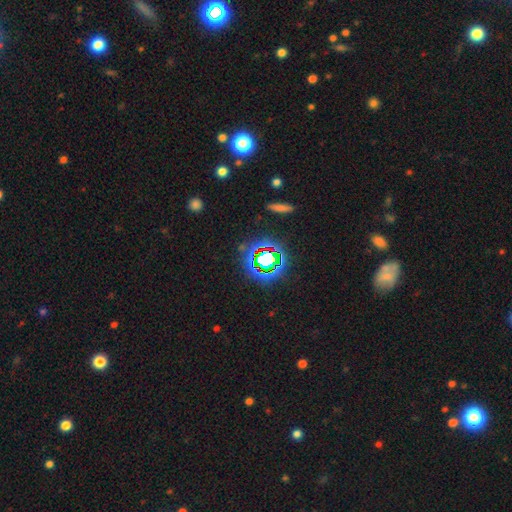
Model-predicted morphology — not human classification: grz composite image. It shows a star or artifact, not a galaxy (75%).